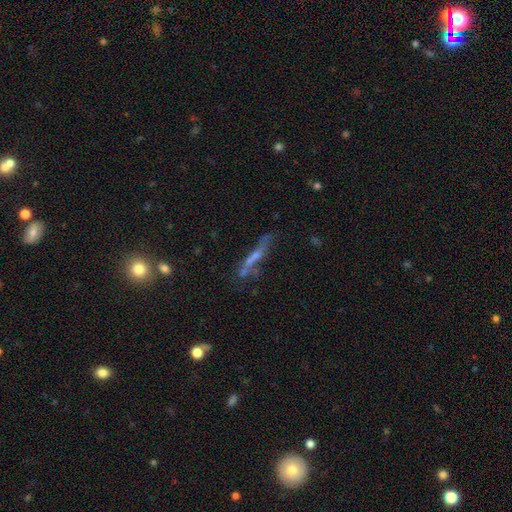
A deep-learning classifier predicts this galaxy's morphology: This is possibly a featured or disk galaxy (52%). It is likely viewed edge-on (68%). Merging: possibly none (53%).